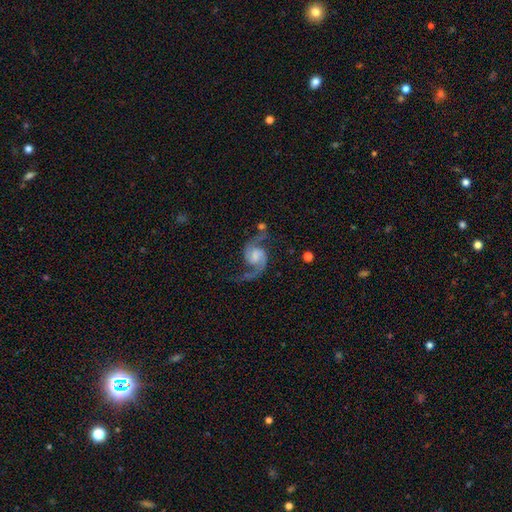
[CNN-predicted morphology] Smooth or featured? Predicted: featured or disk (p=0.90). Edge-on disk? Predicted: no (p=0.98). Bar? Predicted: weak (p=0.45). Spiral arms? Predicted: yes (p=0.98). Spiral winding? Predicted: loose (p=0.52). Spiral arm count? Predicted: 2 (p=0.93). Bulge size? Predicted: none (p=0.34). Merging? Predicted: none (p=0.64).